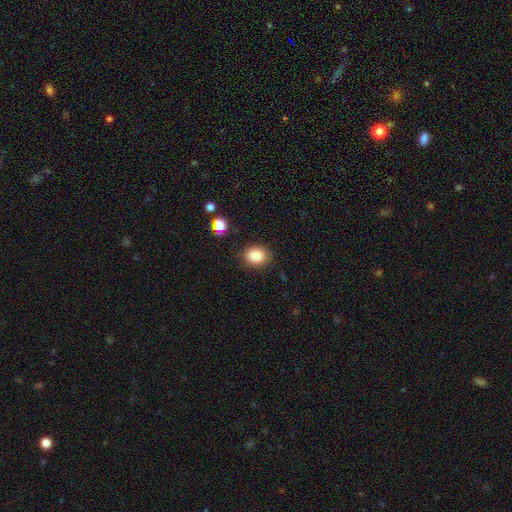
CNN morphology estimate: A smooth galaxy with no disk features (86%) that is round (53%).

Vote fractions:
- Smooth or featured? smooth: 86% / star or artifact: 10% / featured or disk: 4%
- How rounded? round: 53% / in between: 46% / cigar-shaped: 1%
- Merging? none: 84% / minor disturbance: 11% / major disturbance: 3% / merger: 2%